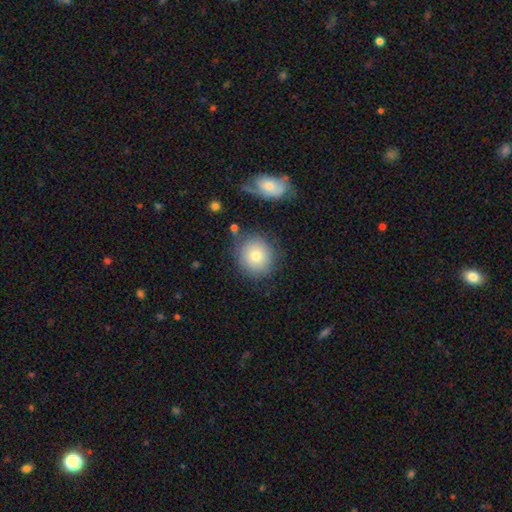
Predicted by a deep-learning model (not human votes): This appears to be a smooth galaxy with no disk features (78%) that is round (88%). Merging: none (78%).